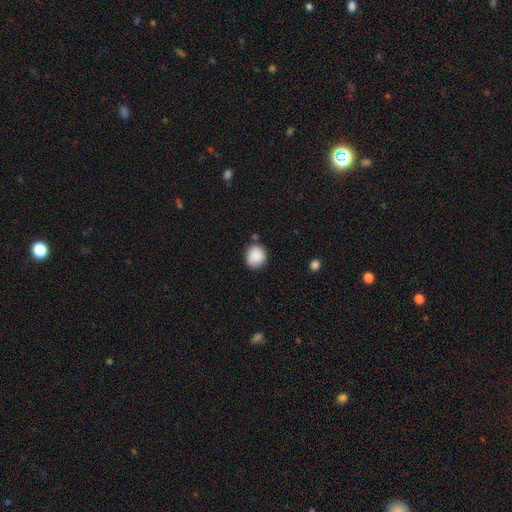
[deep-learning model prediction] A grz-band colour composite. It shows a smooth galaxy with no disk features (88%) that is round (84%). Merging: none (77%).